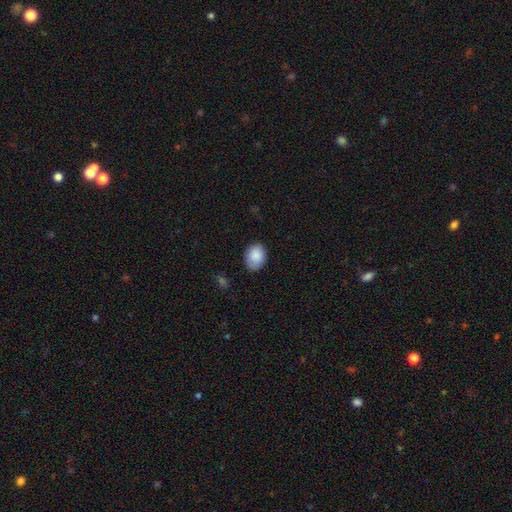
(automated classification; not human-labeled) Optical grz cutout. It shows a smooth galaxy with no disk features (88%) that is in between round and cigar-shaped (69%). Merging: none (80%).